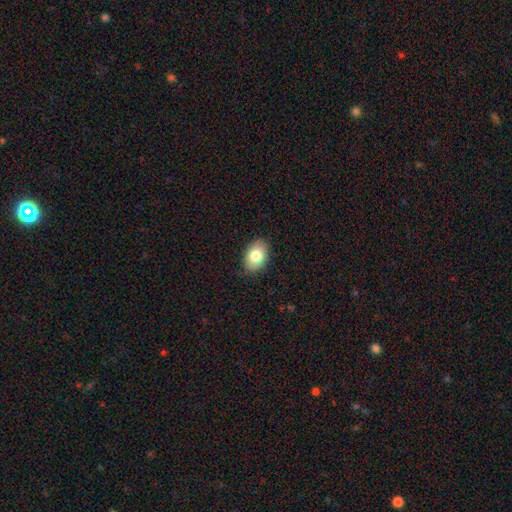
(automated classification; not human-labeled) This is clearly a smooth galaxy (81%). How rounded: clearly in between (83%). Merging: clearly none (86%).